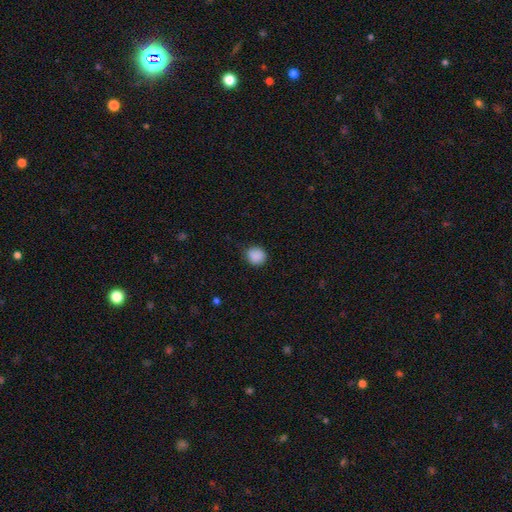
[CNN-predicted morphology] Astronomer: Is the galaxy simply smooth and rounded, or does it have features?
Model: smooth — 89%.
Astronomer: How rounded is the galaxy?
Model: round — 83%.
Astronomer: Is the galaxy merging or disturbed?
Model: none — 81%.